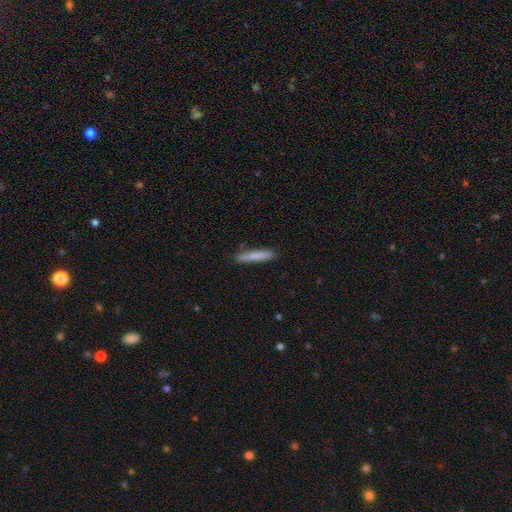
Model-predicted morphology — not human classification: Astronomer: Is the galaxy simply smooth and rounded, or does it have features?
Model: smooth — 76%.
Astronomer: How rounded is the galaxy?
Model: cigar-shaped — 94%.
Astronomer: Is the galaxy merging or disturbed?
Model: none — 86%.